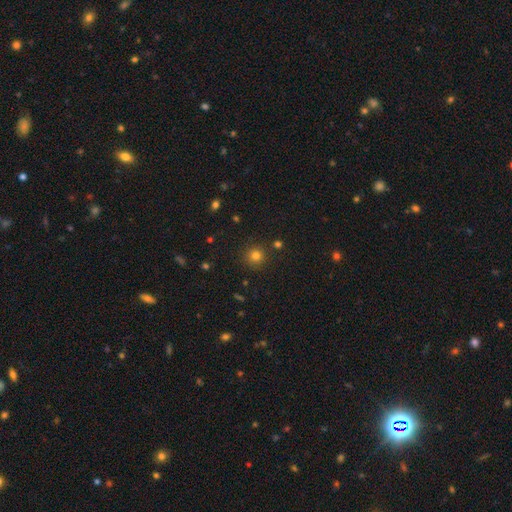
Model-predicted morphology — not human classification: This appears to be a smooth galaxy with no disk features (78%) that is round (94%). Merging: none (87%).